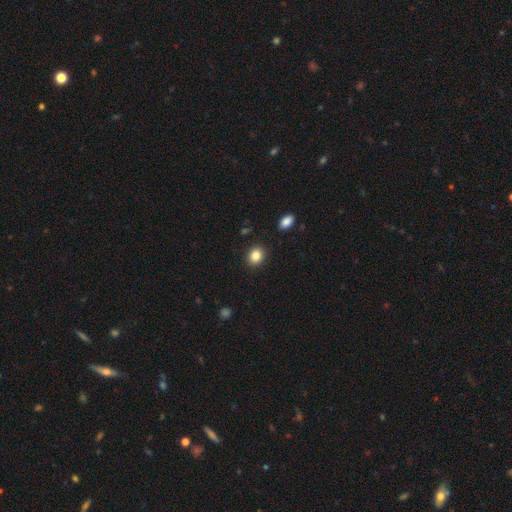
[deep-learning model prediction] A smooth galaxy with no disk features (85%) that is round (60%).

Vote fractions:
- Smooth or featured? smooth: 85% / star or artifact: 9% / featured or disk: 5%
- How rounded? round: 60% / in between: 39% / cigar-shaped: 1%
- Merging? none: 89% / minor disturbance: 7% / major disturbance: 2% / merger: 2%